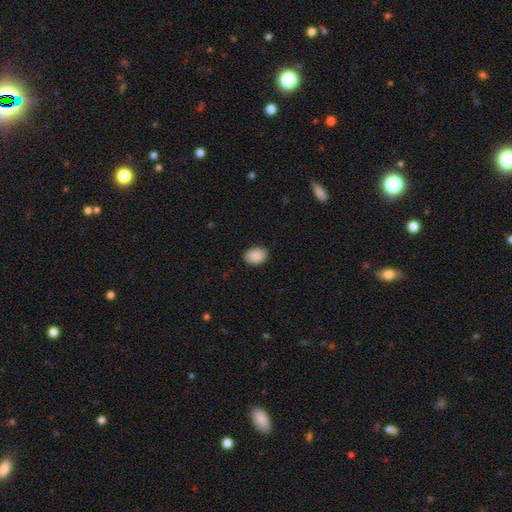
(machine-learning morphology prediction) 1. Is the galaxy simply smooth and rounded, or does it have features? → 90% smooth, 7% star or artifact, 3% featured or disk.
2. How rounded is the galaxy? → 82% in between, 17% round, 1% cigar-shaped.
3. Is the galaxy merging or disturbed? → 88% none, 9% minor disturbance, 2% major disturbance, 1% merger.